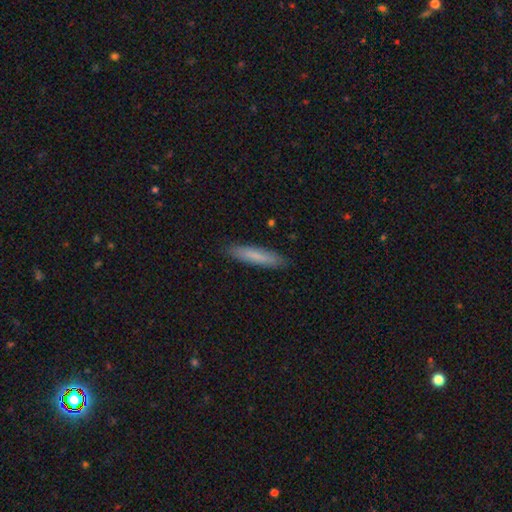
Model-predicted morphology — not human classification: A smooth galaxy with no disk features (77%) that is cigar-shaped (87%). Merging: none (88%).